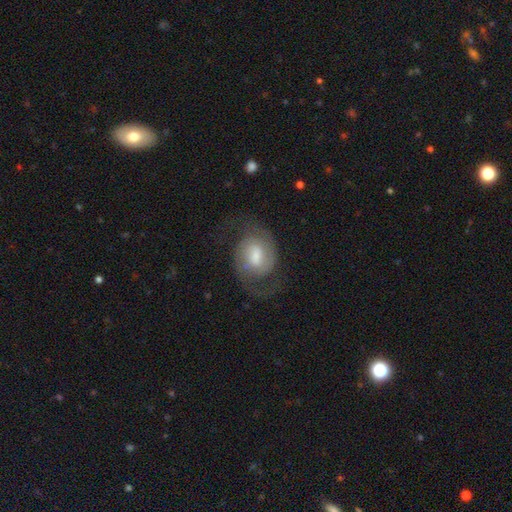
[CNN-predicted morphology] type=featured or disk (81%); edge-on=no (98%); bar=weak (54%); spiral arms=yes (95%); winding=medium (51%); arm count=2 (91%); bulge=moderate (39%); merging=none (70%).